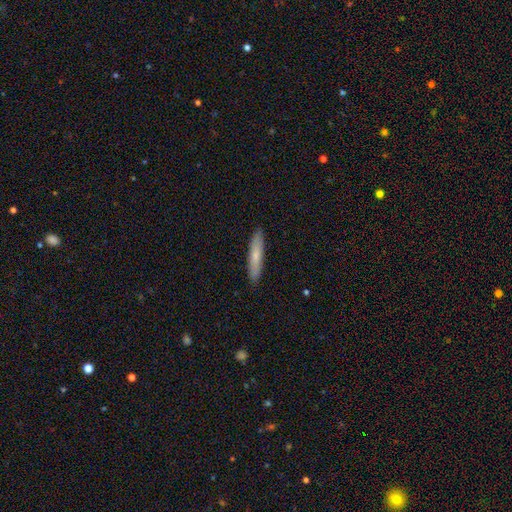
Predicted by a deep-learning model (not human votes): Smooth or featured? Predicted: smooth (p=0.71). How rounded? Predicted: cigar-shaped (p=0.90). Merging? Predicted: none (p=0.90).